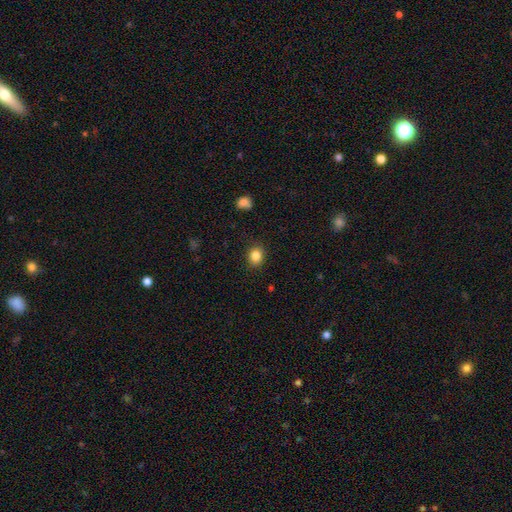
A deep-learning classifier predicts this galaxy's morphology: type=smooth (85%); roundness=round (66%); merging=none (87%).